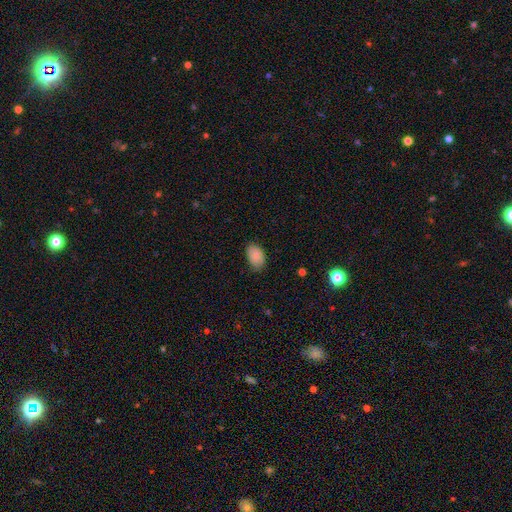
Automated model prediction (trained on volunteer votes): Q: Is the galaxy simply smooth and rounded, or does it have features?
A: smooth — 85%.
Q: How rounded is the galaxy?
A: in between — 89%.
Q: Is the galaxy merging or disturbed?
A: none — 77%.